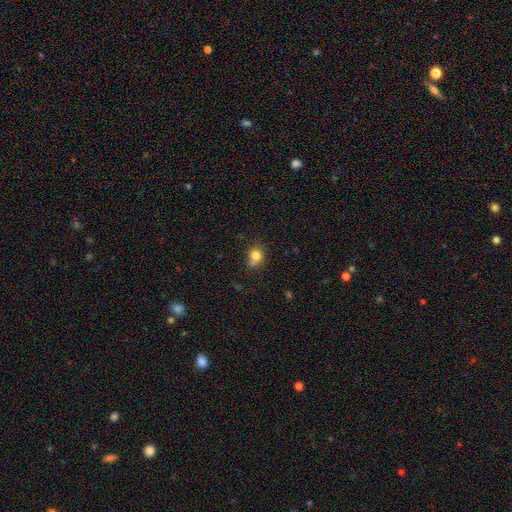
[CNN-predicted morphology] This appears to be a smooth galaxy with no disk features (80%) that is round (60%). Merging: none (52%).